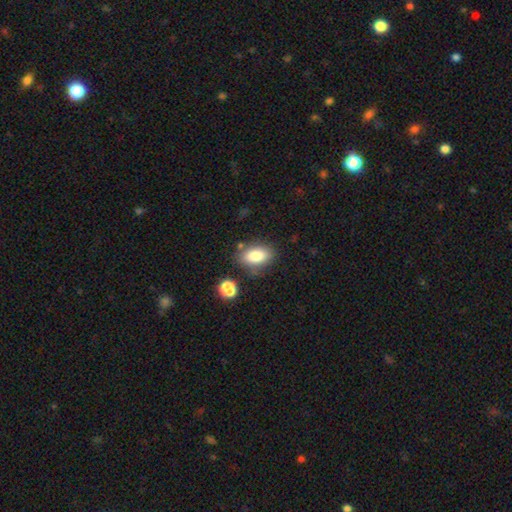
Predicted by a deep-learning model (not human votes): smooth_or_featured: smooth (p=0.82) [alt: featured or disk p=0.09]
how_rounded: in between (p=0.88) [alt: round p=0.09]
merging: none (p=0.75) [alt: minor disturbance p=0.14]